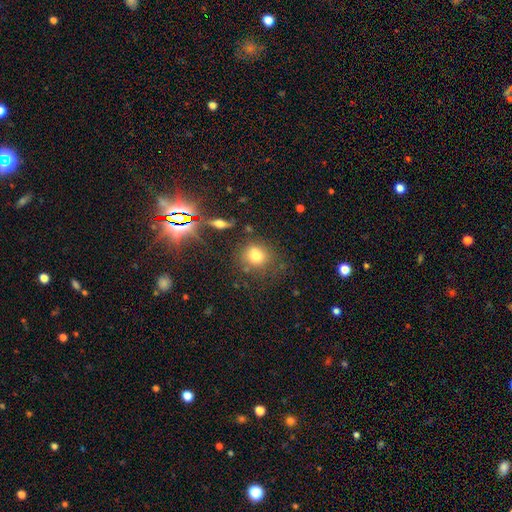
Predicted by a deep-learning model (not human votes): Morphology: type=smooth (73%); roundness=round (73%); merging=none (67%).